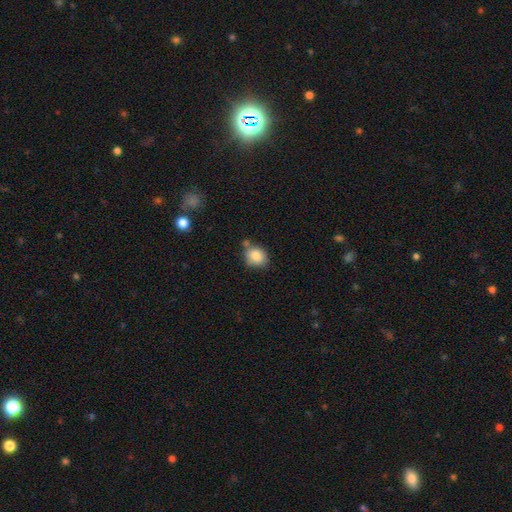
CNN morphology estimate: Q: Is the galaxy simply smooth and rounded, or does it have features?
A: smooth — 85%.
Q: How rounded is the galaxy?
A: round — 70%.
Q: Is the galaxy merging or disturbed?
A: none — 63%.